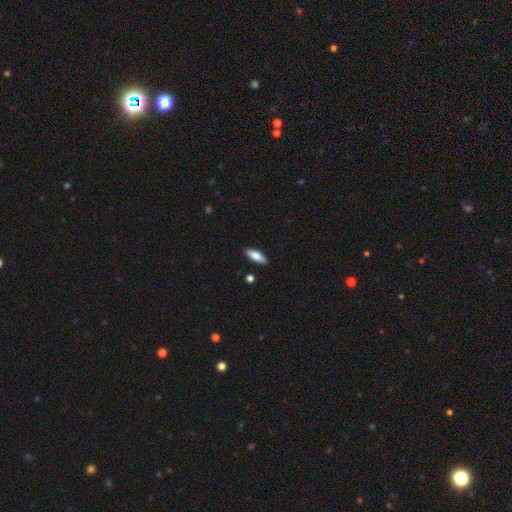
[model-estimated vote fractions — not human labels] Q: Smooth or featured?
A: smooth (81%); runner-up: featured or disk (13%)
Q: How rounded?
A: in between (64%); runner-up: cigar-shaped (34%)
Q: Merging?
A: none (88%); runner-up: minor disturbance (9%)